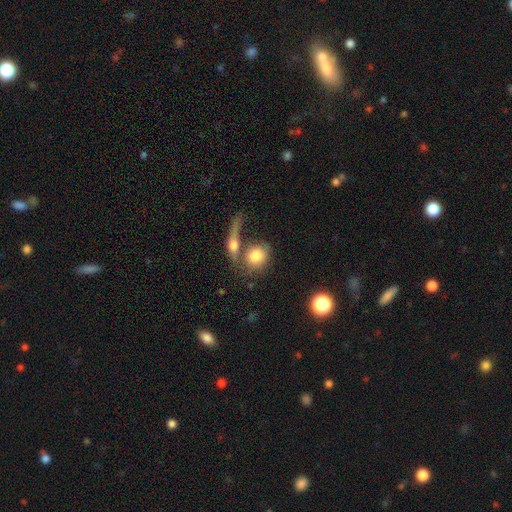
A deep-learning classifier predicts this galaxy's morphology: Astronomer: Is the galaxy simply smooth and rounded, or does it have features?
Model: smooth — 75%.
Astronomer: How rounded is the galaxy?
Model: round — 66%.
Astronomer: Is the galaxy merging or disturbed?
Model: none — 40% (runner-up: merger, 37%).